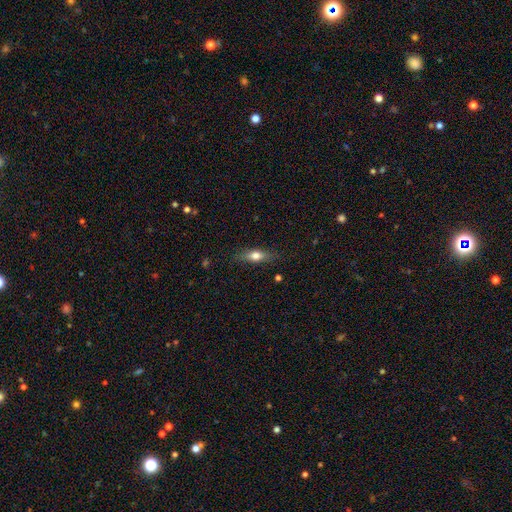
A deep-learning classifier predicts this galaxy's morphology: Smooth or featured? smooth (65%)
How rounded? in between (56%)
Merging? none (81%)